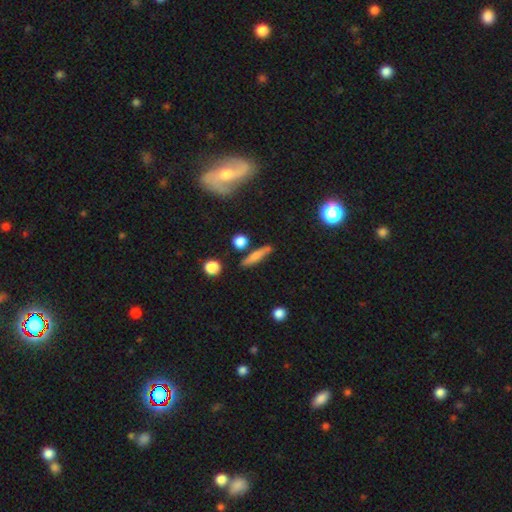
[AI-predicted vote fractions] Q: Smooth or featured?
A: smooth (64%); runner-up: featured or disk (27%)
Q: How rounded?
A: cigar-shaped (81%); runner-up: in between (14%)
Q: Merging?
A: none (80%); runner-up: minor disturbance (12%)